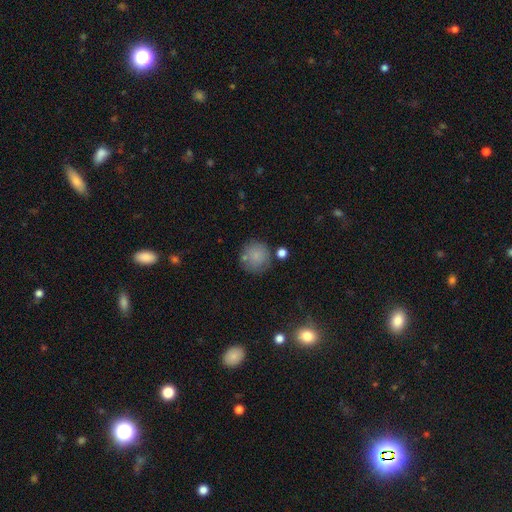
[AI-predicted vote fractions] Smooth or featured: smooth — 82% (featured or disk — 9%)
How rounded: round — 92% (in between — 7%)
Merging: none — 72% (minor disturbance — 14%)